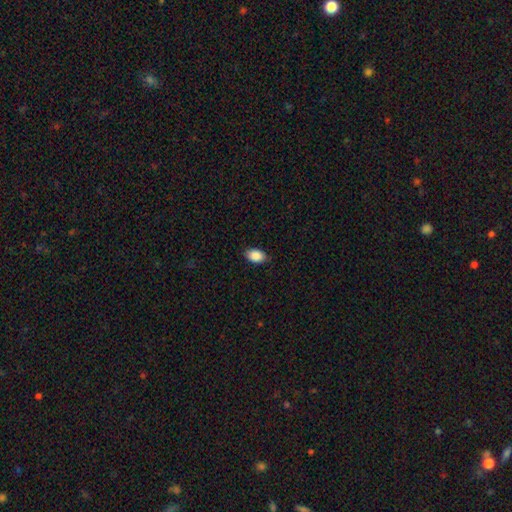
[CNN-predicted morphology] The model was most divided on "merging": none: 83%, minor disturbance: 13%, major disturbance: 2%, merger: 1%. More confident: how rounded — in between (89%); smooth or featured — smooth (89%).